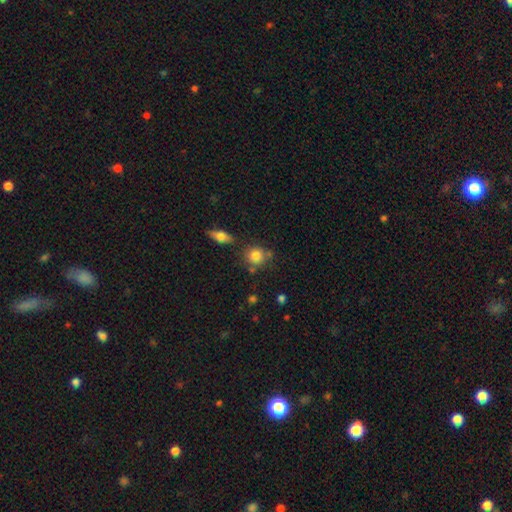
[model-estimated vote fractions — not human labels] Smooth or featured?
  - smooth: 82% *
  - star or artifact: 10%
  - featured or disk: 9%
How rounded?
  - round: 84% *
  - in between: 15%
  - cigar-shaped: 2%
Merging?
  - none: 70% *
  - minor disturbance: 14%
  - merger: 12%
  - major disturbance: 4%